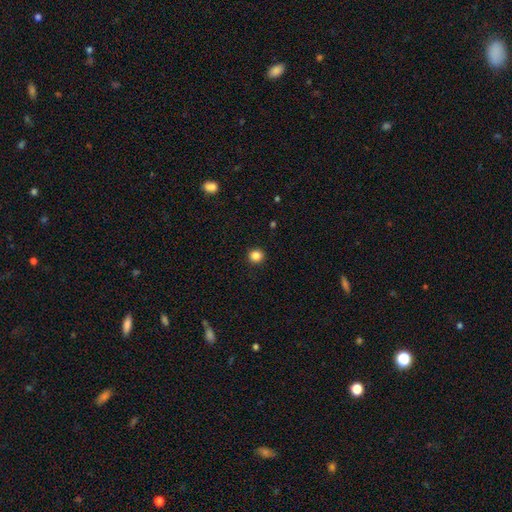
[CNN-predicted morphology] type=smooth (85%); roundness=round (93%); merging=none (93%).